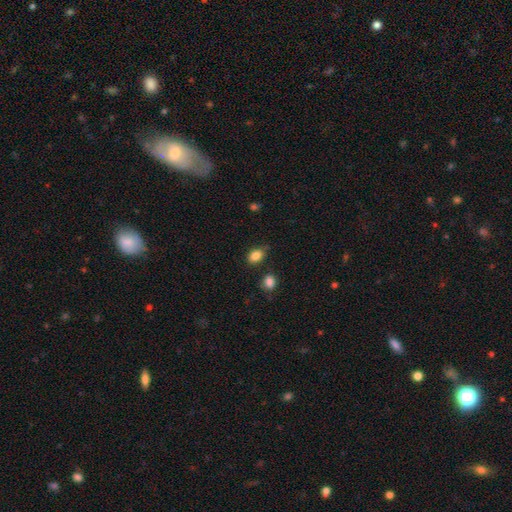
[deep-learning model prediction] smooth_or_featured: smooth (p=0.85) [alt: star or artifact p=0.10]
how_rounded: in between (p=0.78) [alt: round p=0.21]
merging: none (p=0.75) [alt: minor disturbance p=0.16]